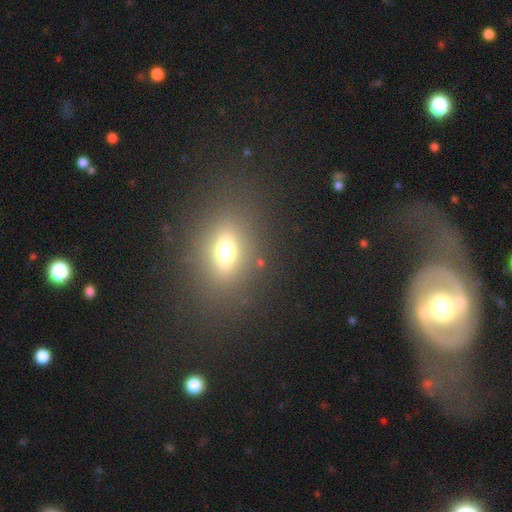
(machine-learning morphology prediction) smooth 55%, featured or disk 27%, star or artifact 17%. Down the decision tree: how rounded — in between (73%); merging — none (76%).